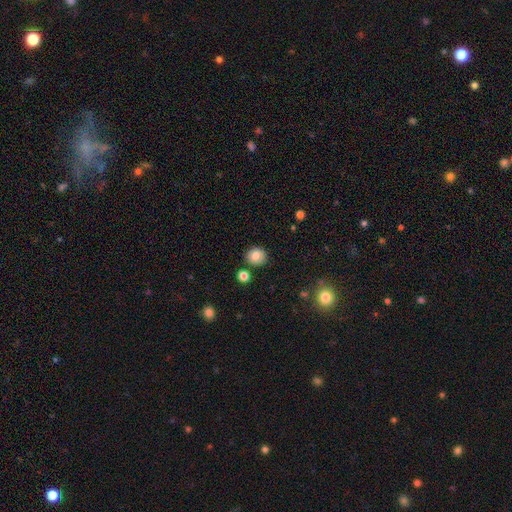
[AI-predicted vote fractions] Smooth or featured? smooth (83%)
How rounded? round (82%)
Merging? none (85%)